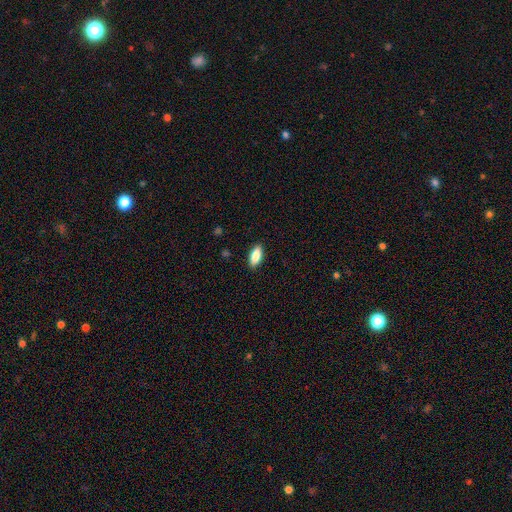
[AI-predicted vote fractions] Smooth or featured? Predicted: smooth (p=0.84). How rounded? Predicted: in between (p=0.83). Merging? Predicted: none (p=0.89).